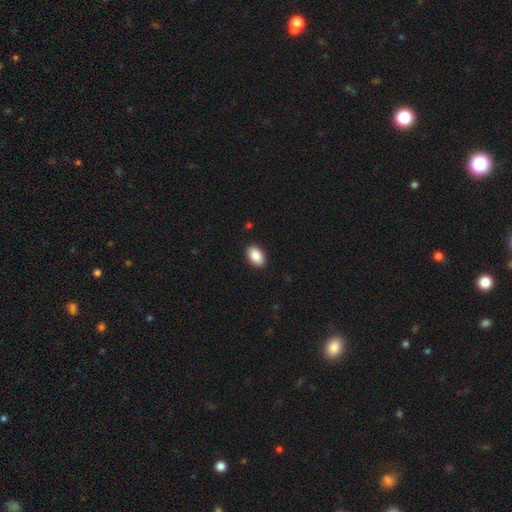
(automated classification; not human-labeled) This is clearly a smooth galaxy (89%). How rounded: clearly in between (91%). Merging: clearly none (90%).